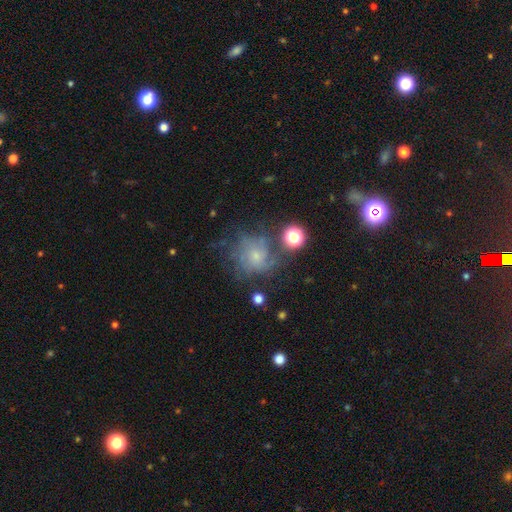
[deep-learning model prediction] This is possibly a featured or disk galaxy (57%). It is clearly not viewed edge-on (97%). Bar: likely no (80%). Spiral arm pattern: clearly yes (80%). Central bulge: likely small (64%). Merging: possibly none (55%).